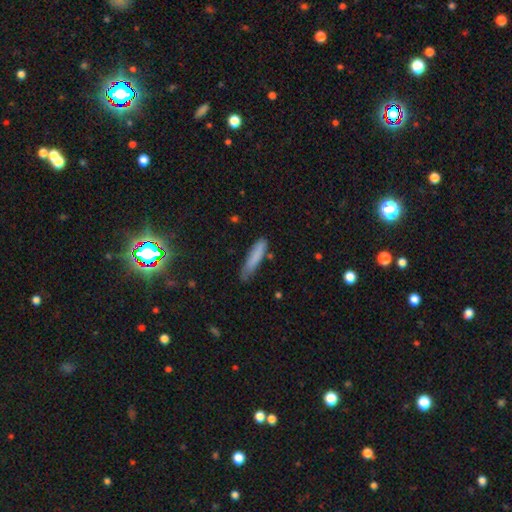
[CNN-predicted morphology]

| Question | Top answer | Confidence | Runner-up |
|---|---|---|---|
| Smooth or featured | smooth | 81% | featured or disk (12%) |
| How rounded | cigar-shaped | 86% | in between (12%) |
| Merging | none | 69% | minor disturbance (24%) |